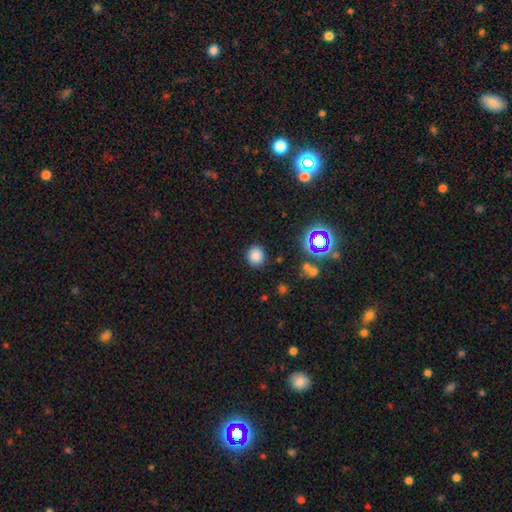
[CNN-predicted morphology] type=smooth (81%); roundness=round (80%); merging=none (86%).